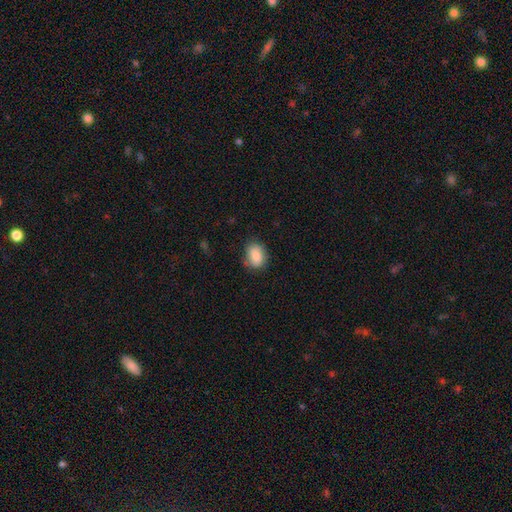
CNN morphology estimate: smooth-or-featured: smooth: 85% | featured or disk: 8% | star or artifact: 7%
  how-rounded: in between: 71% | round: 28% | cigar-shaped: 1%
  merging: none: 69% | minor disturbance: 23% | major disturbance: 5% | merger: 2%